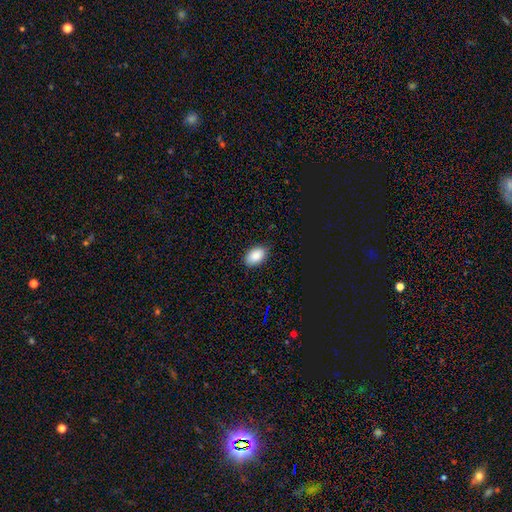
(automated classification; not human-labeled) smooth-or-featured: smooth: 87% | star or artifact: 8% | featured or disk: 5%
  how-rounded: in between: 91% | round: 8% | cigar-shaped: 1%
  merging: none: 87% | minor disturbance: 10% | major disturbance: 2% | merger: 1%